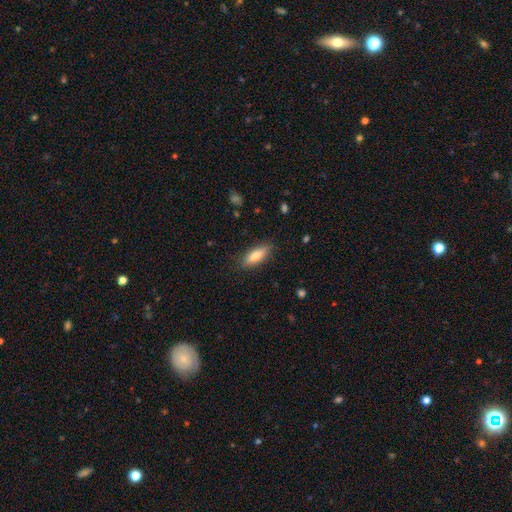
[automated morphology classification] Smooth or featured? Predicted: smooth (p=0.77). How rounded? Predicted: in between (p=0.60). Merging? Predicted: none (p=0.85).